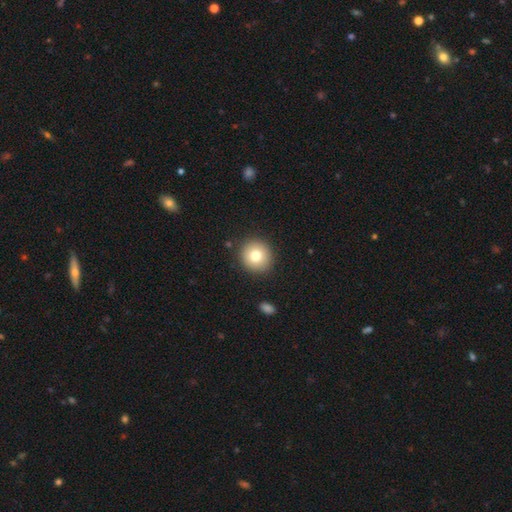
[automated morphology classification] A smooth galaxy with no disk features (76%) that is round (92%). Merging: none (89%).